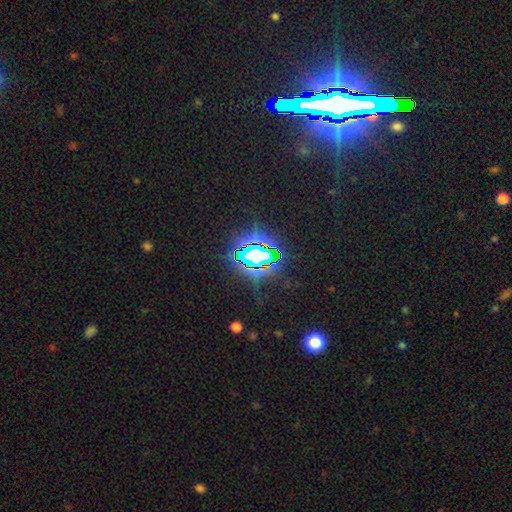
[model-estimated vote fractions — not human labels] The model was most divided on "smooth or featured": star or artifact: 77%, smooth: 12%, featured or disk: 11%.